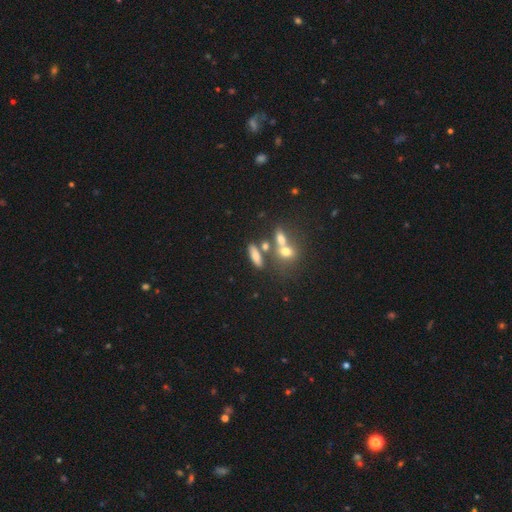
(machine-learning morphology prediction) type=smooth (66%); roundness=cigar-shaped (46%); merging=none (56%).